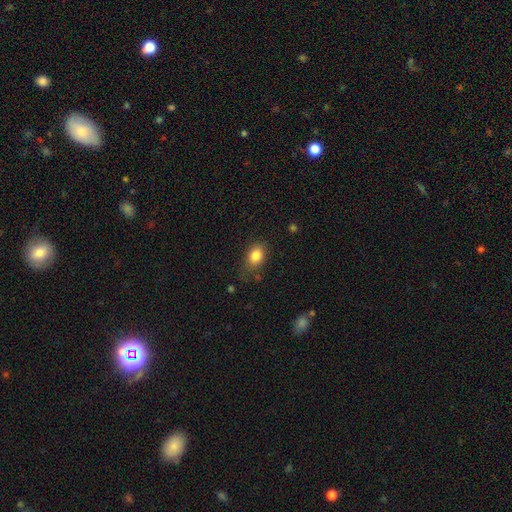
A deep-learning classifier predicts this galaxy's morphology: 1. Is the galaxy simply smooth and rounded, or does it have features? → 84% smooth, 9% star or artifact, 7% featured or disk.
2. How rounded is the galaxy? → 73% in between, 25% round, 1% cigar-shaped.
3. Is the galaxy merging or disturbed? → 73% none, 20% minor disturbance, 5% major disturbance, 2% merger.